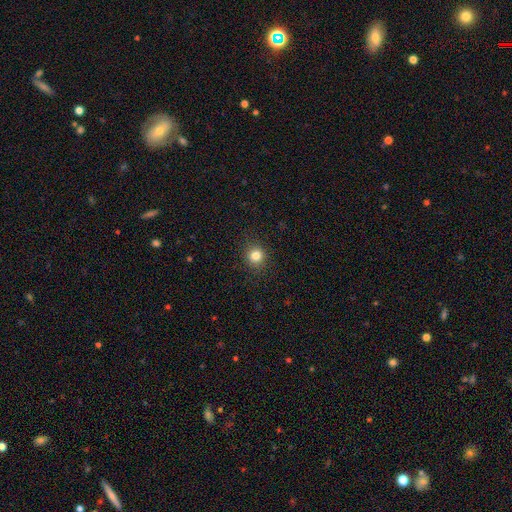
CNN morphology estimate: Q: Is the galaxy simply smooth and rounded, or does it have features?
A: smooth — 83%.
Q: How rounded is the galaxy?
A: round — 88%.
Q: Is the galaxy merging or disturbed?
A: none — 90%.